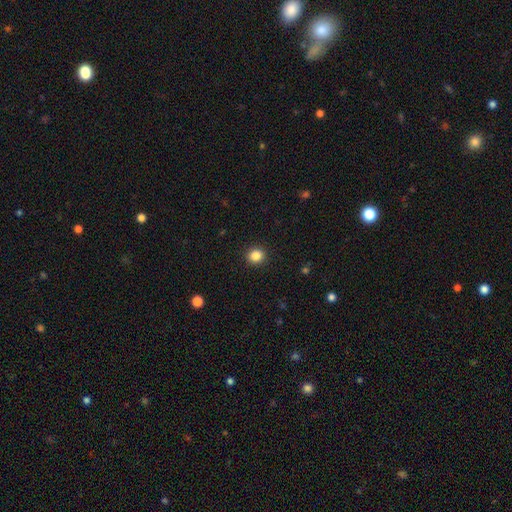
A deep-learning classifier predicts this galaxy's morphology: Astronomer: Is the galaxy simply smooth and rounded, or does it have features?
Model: smooth — 86%.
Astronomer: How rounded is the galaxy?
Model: round — 86%.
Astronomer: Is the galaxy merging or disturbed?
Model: none — 92%.